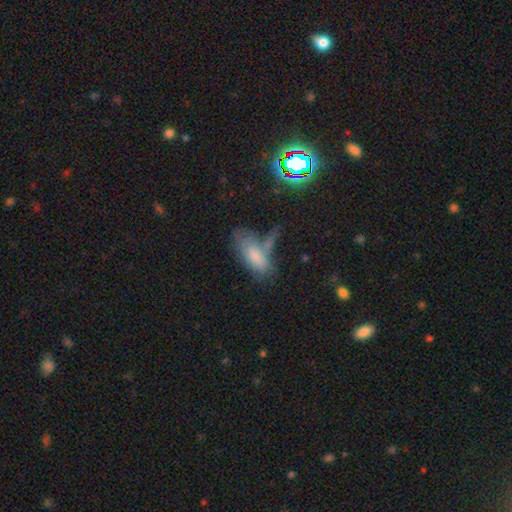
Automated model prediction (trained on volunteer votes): A smooth galaxy with no disk features (73%) that is in between round and cigar-shaped (84%).

Vote fractions:
- Smooth or featured? smooth: 73% / featured or disk: 16% / star or artifact: 11%
- How rounded? in between: 84% / cigar-shaped: 12% / round: 3%
- Merging? none: 39% / minor disturbance: 23% / merger: 22% / major disturbance: 16%